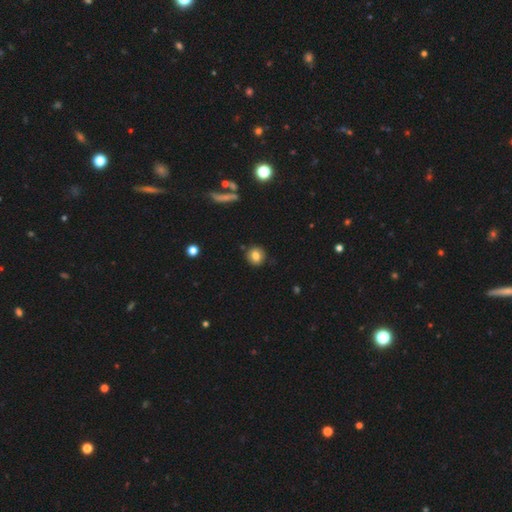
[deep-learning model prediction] Smooth or featured? Predicted: smooth (p=0.77). How rounded? Predicted: round (p=0.80). Merging? Predicted: none (p=0.85).